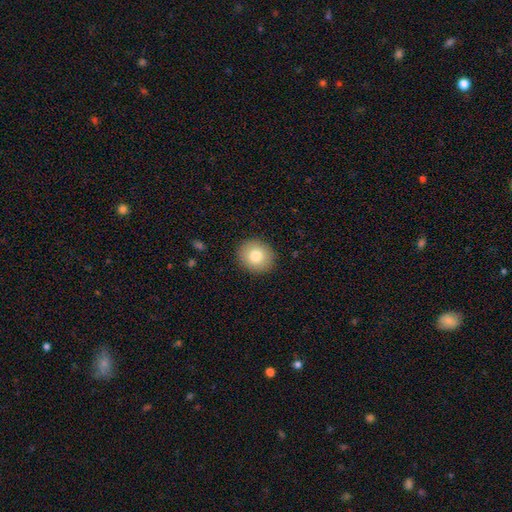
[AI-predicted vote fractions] The model was most divided on "how rounded": round: 75%, in between: 24%, cigar-shaped: 1%. More confident: merging — none (90%); smooth or featured — smooth (81%).